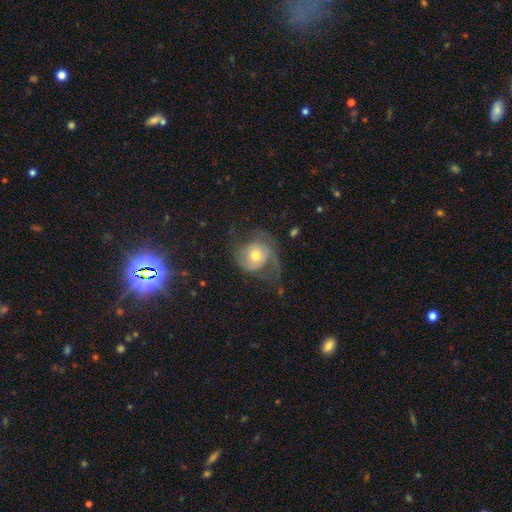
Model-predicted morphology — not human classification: This appears to be a featured or disk galaxy (52%) with no bar (76%), spiral arms (73%) and a moderate central bulge (62%). Merging: none (39%).